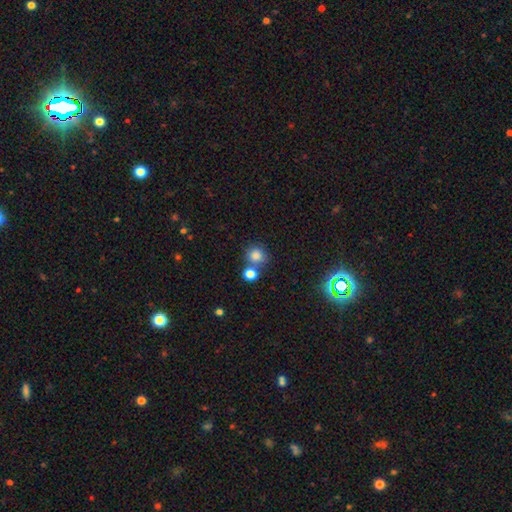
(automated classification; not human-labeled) Q: Smooth or featured?
A: smooth (81%); runner-up: star or artifact (12%)
Q: How rounded?
A: round (88%); runner-up: in between (11%)
Q: Merging?
A: none (62%); runner-up: merger (25%)